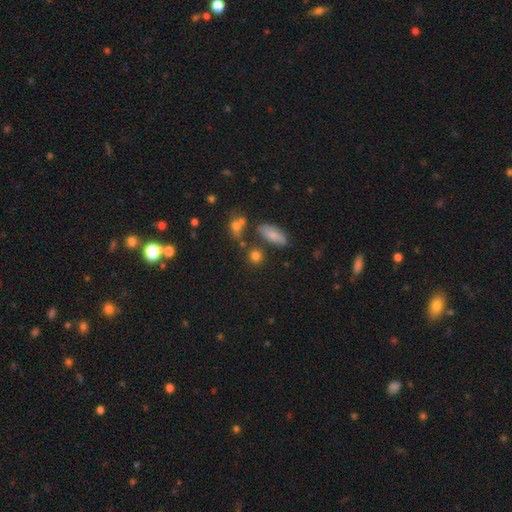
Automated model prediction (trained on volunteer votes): This appears to be a smooth galaxy with no disk features (80%) that is round (76%). Merging: none (71%).